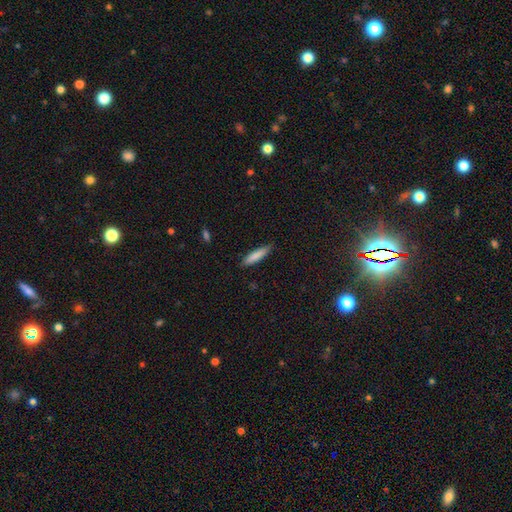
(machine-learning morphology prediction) The model was most divided on "how rounded": cigar-shaped: 83%, in between: 16%, round: 1%. More confident: merging — none (86%); smooth or featured — smooth (82%).